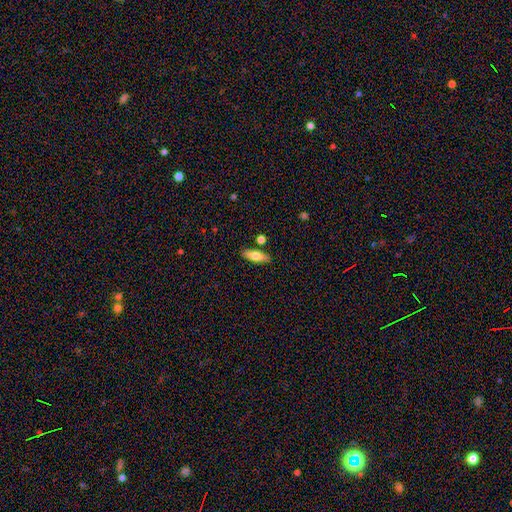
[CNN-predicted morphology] Smooth or featured? Predicted: smooth (p=0.66). How rounded? Predicted: in between (p=0.53). Merging? Predicted: none (p=0.84).